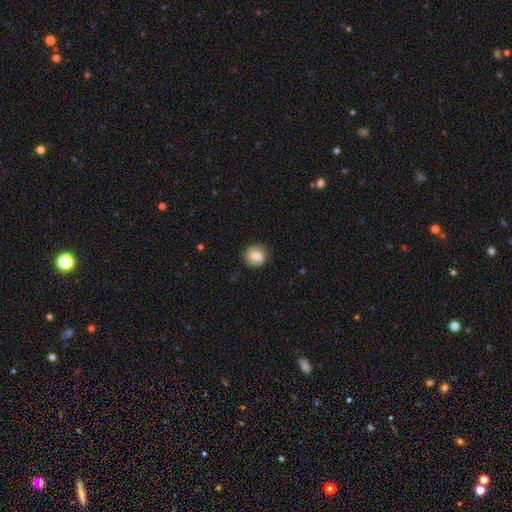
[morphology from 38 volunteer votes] Smooth or featured? 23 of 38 (61%) said smooth. How rounded? 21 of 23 (91%) said round. Merging? 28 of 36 (78%) said none.